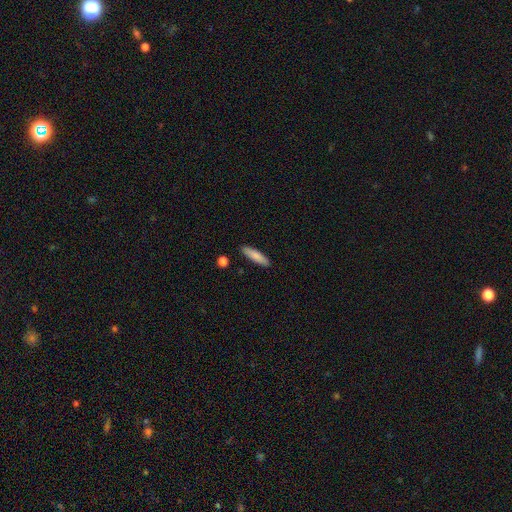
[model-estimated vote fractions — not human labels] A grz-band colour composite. It shows a smooth galaxy with no disk features (81%) that is cigar-shaped (74%). Merging: none (89%).